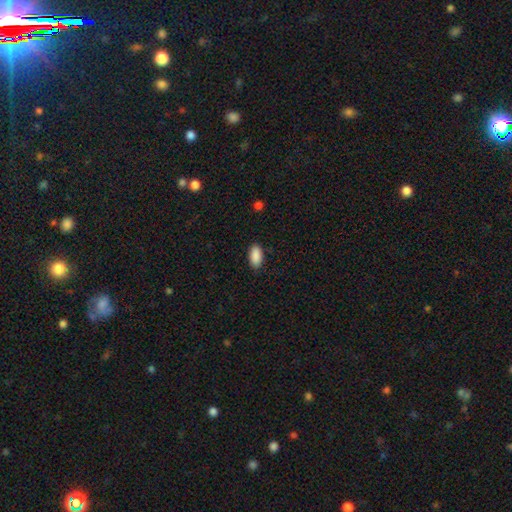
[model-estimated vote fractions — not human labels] smooth 90%, star or artifact 7%, featured or disk 3%. Down the decision tree: how rounded — in between (93%); merging — none (88%).